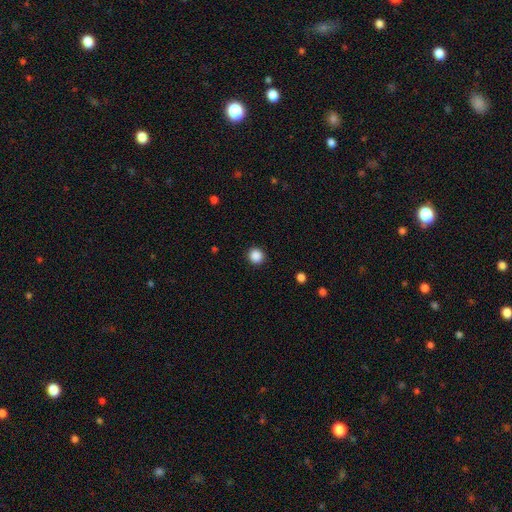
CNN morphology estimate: A smooth galaxy with no disk features (88%) that is round (93%). Merging: none (92%).